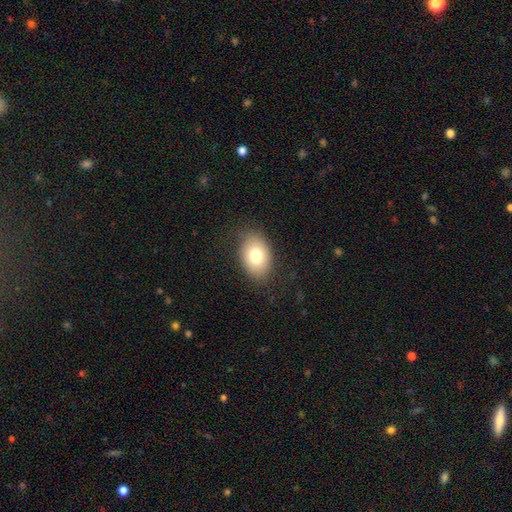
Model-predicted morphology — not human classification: A smooth galaxy with no disk features (78%) that is in between round and cigar-shaped (84%).

Vote fractions:
- Smooth or featured? smooth: 78% / featured or disk: 14% / star or artifact: 8%
- How rounded? in between: 84% / round: 15% / cigar-shaped: 1%
- Merging? none: 80% / minor disturbance: 14% / major disturbance: 4% / merger: 1%